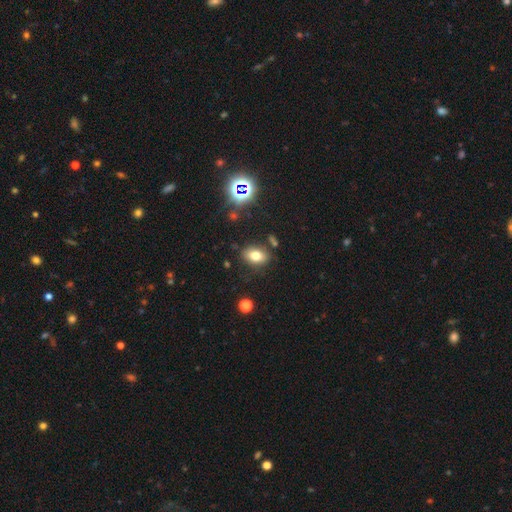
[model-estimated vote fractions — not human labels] Smooth or featured? smooth (74%)
How rounded? in between (79%)
Merging? none (80%)